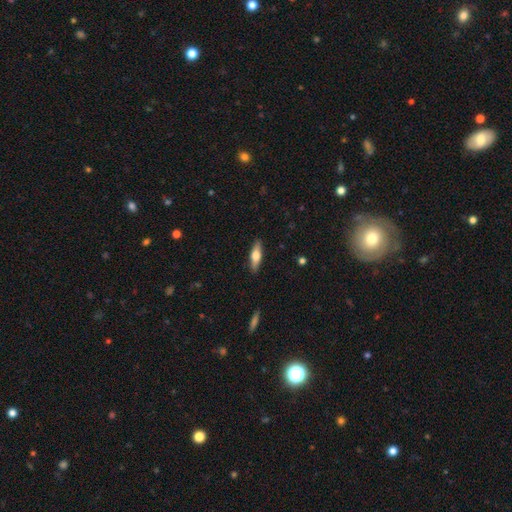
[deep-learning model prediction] Overall: smooth (55%; featured or disk 39%). How rounded: cigar-shaped (55%; in between 43%). Merging: none (89%).